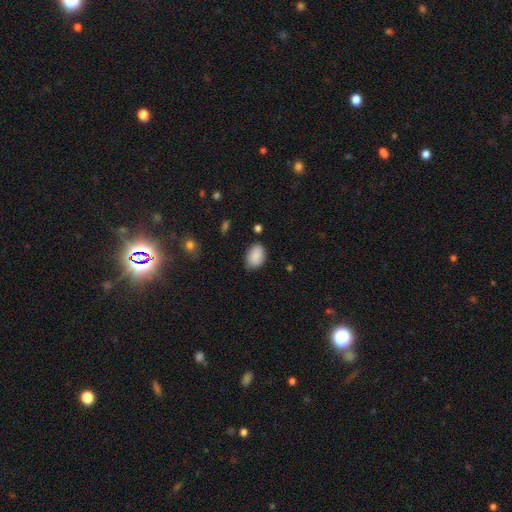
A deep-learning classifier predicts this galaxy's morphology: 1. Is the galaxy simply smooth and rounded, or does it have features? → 88% smooth, 7% star or artifact, 5% featured or disk.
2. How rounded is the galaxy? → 81% in between, 18% round, 1% cigar-shaped.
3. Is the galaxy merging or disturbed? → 71% none, 23% minor disturbance, 4% major disturbance, 2% merger.